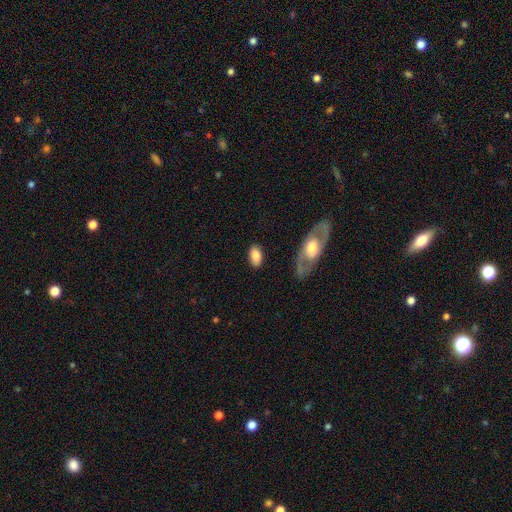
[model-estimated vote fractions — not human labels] Overall: smooth (79%). How rounded: in between (92%). Merging: none (82%).